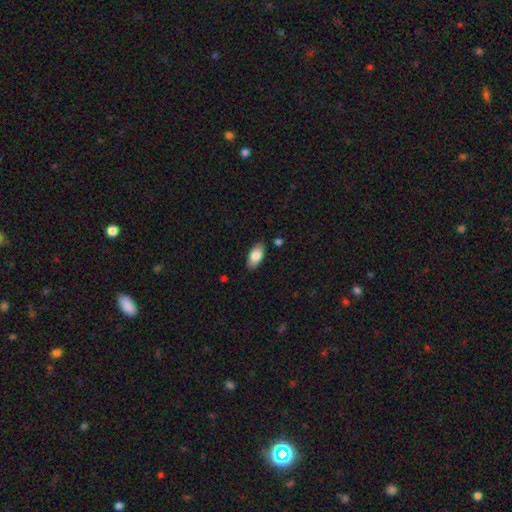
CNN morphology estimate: type=smooth (84%); roundness=in between (94%); merging=none (86%).